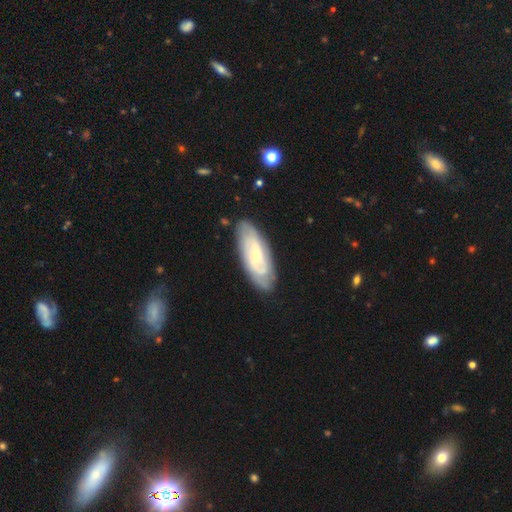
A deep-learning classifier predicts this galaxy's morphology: featured or disk 66%, smooth 28%, star or artifact 6%. Down the decision tree: edge-on disk — no (88%); bar — no (62%); spiral arms — yes (87%); spiral arm count — can't tell (51%); spiral winding — tight (64%); bulge size — small (73%); merging — none (79%).